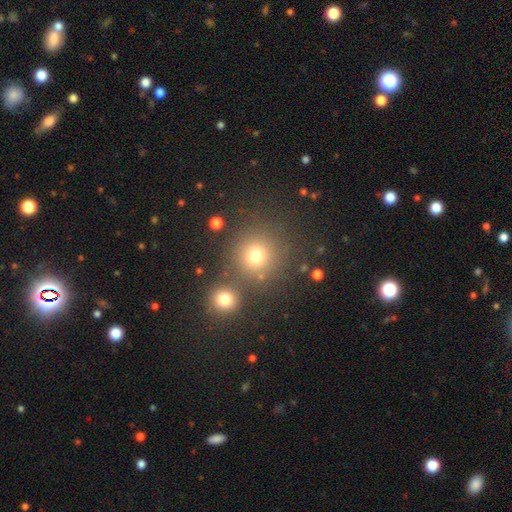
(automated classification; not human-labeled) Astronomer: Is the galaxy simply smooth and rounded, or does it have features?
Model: smooth — 74%.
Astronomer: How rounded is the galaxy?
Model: round — 92%.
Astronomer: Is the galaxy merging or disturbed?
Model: none — 73%.